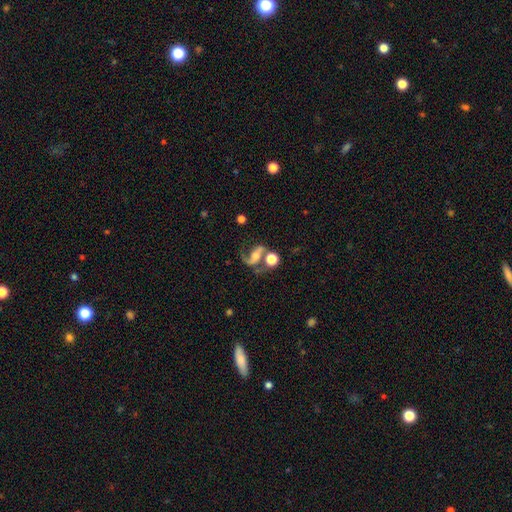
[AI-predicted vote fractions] A featured or disk galaxy (78%) with no bar (35%), 2 (79%) loose (52%) spiral arms (93%) and a moderate central bulge (52%).

Vote fractions:
- Smooth or featured? featured or disk: 78% / smooth: 13% / star or artifact: 9%
- Edge-on disk? no: 96% / yes: 4%
- Bar? no: 35% / weak: 33% / strong: 32%
- Spiral arms? yes: 93% / no: 7%
- Spiral winding? loose: 52% / medium: 38% / tight: 9%
- Spiral arm count? 2: 79% / 1: 16% / can't tell: 2% / 3: 1% / 4: 1% / more than 4: 1%
- Bulge size? moderate: 52% / small: 29% / large: 11% / none: 6% / dominant: 2%
- Merging? none: 45% / merger: 23% / major disturbance: 17% / minor disturbance: 15%